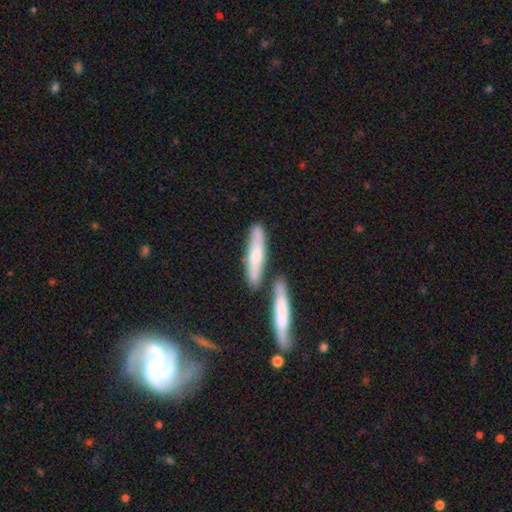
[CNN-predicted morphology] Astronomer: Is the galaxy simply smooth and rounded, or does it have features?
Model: smooth — 54% (runner-up: featured or disk, 40%).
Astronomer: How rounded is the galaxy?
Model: cigar-shaped — 79%.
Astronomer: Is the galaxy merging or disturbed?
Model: none — 63%.